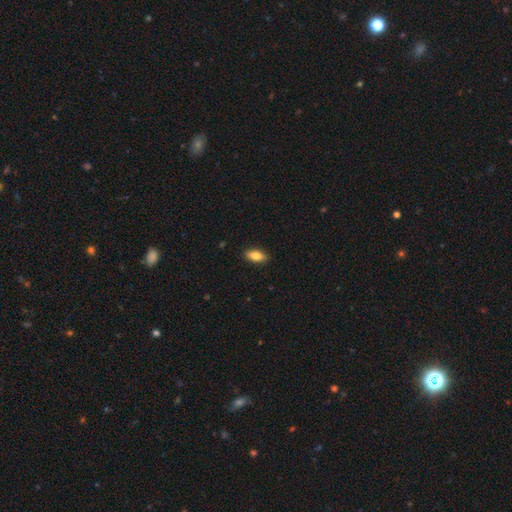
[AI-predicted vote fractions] Morphology: type=smooth (83%); roundness=in between (85%); merging=none (89%).